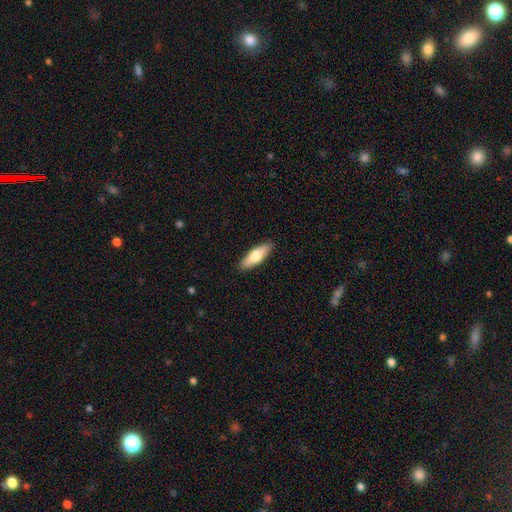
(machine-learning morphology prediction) A smooth galaxy with no disk features (64%) that is cigar-shaped (53%). Merging: none (90%).